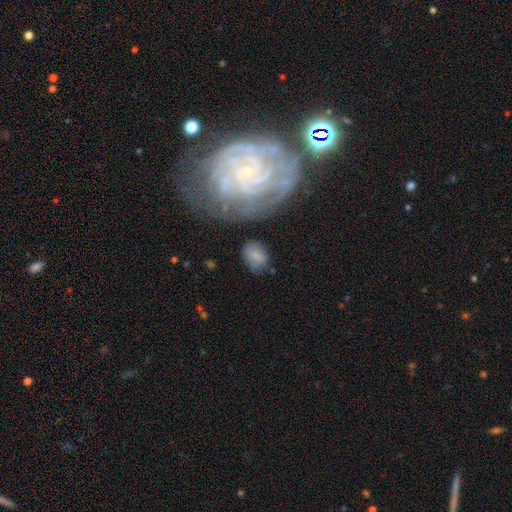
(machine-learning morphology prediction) Q: Smooth or featured?
A: smooth (71%); runner-up: featured or disk (20%)
Q: How rounded?
A: in between (62%); runner-up: round (37%)
Q: Merging?
A: none (67%); runner-up: minor disturbance (20%)